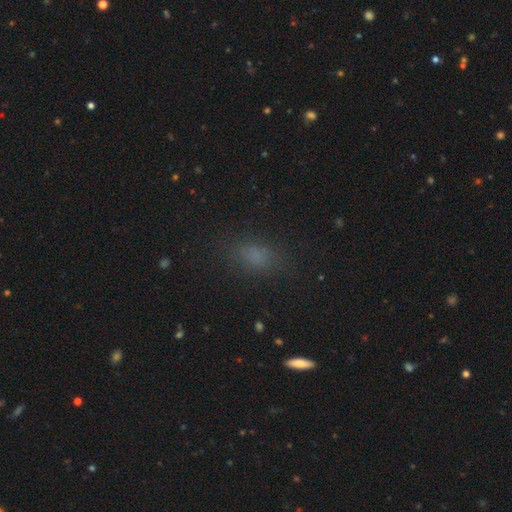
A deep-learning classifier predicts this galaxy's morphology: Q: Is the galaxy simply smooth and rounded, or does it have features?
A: smooth — 75%.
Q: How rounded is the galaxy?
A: in between — 77%.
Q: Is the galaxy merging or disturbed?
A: none — 79%.